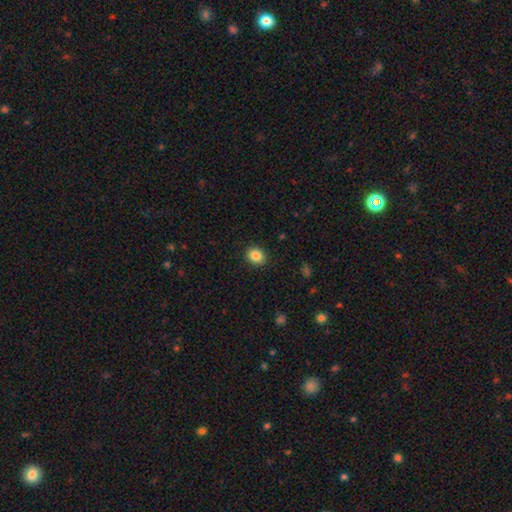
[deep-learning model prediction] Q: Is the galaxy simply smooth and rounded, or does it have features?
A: smooth — 86%.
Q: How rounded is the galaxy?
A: round — 54%.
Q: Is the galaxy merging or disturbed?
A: none — 90%.